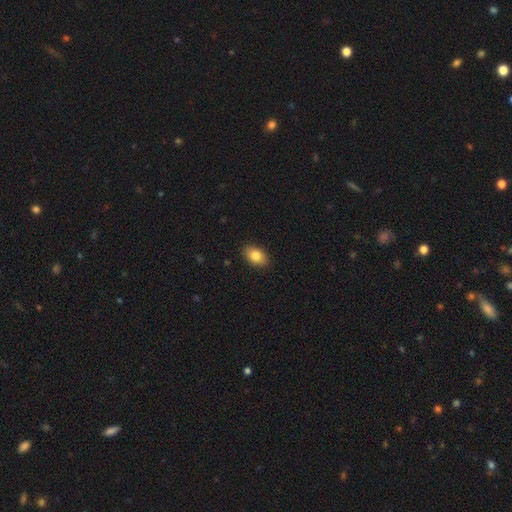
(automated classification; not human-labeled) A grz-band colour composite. It shows a smooth galaxy with no disk features (84%) that is in between round and cigar-shaped (86%). Merging: none (88%).